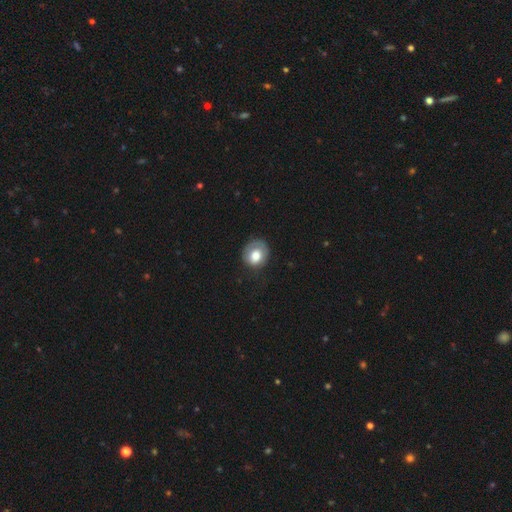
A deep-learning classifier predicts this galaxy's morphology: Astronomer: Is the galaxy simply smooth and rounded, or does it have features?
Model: smooth — 68%.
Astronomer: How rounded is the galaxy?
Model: round — 74%.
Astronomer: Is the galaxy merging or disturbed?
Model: none — 60%.